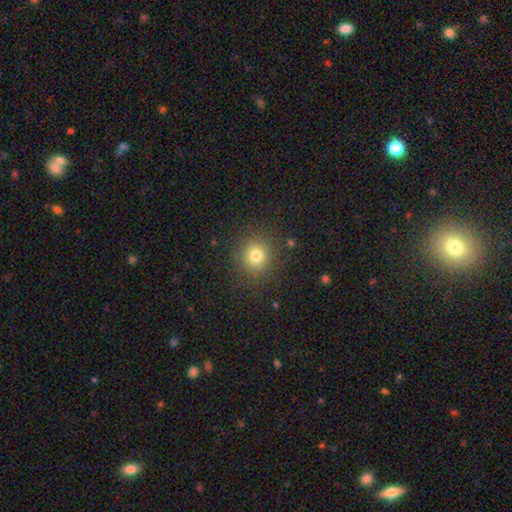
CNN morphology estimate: The model was most divided on "smooth or featured": smooth: 76%, star or artifact: 17%, featured or disk: 8%. More confident: how rounded — round (90%); merging — none (87%).